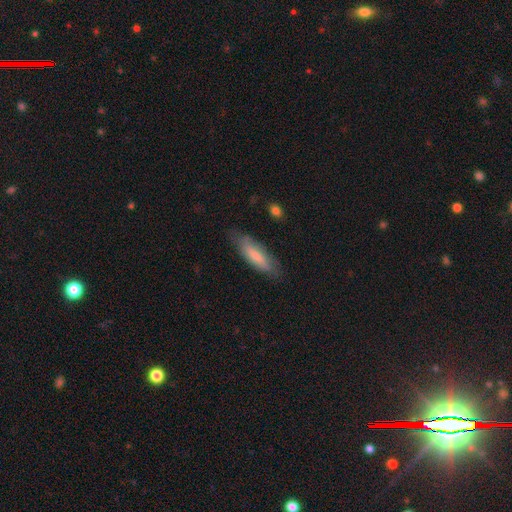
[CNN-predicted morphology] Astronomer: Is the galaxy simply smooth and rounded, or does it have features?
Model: smooth — 72%.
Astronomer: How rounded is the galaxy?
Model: cigar-shaped — 57% (runner-up: in between, 42%).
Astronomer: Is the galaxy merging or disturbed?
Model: none — 75%.